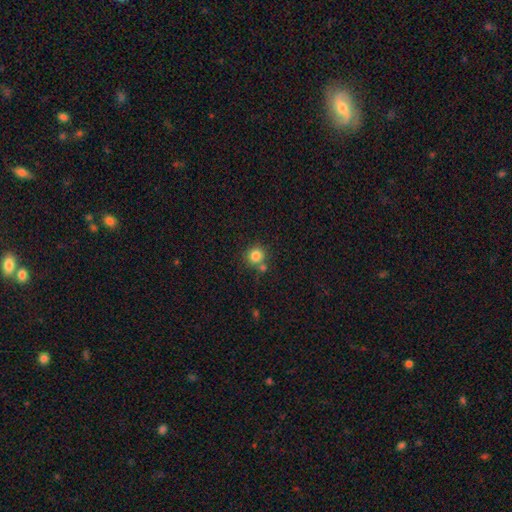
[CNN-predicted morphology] Q: Smooth or featured?
A: smooth (83%); runner-up: star or artifact (11%)
Q: How rounded?
A: round (91%); runner-up: in between (8%)
Q: Merging?
A: none (69%); runner-up: merger (18%)